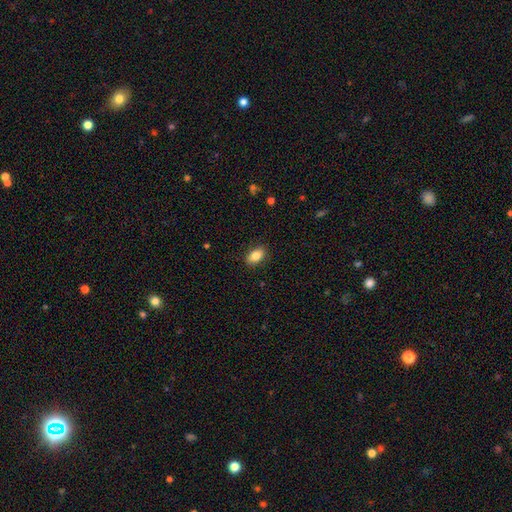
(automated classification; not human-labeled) smooth-or-featured: smooth: 84% | featured or disk: 8% | star or artifact: 8%
  how-rounded: in between: 89% | round: 8% | cigar-shaped: 3%
  merging: none: 87% | minor disturbance: 9% | major disturbance: 2% | merger: 1%